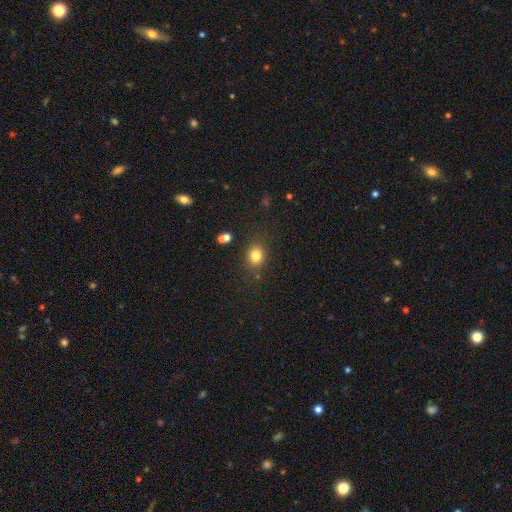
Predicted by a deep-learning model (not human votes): smooth 80%, star or artifact 13%, featured or disk 7%. Down the decision tree: how rounded — round (70%); merging — none (81%).